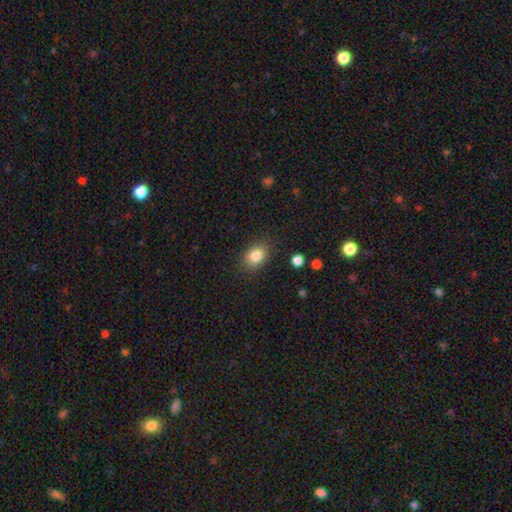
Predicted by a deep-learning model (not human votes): Smooth or featured?
  - smooth: 84% *
  - star or artifact: 9%
  - featured or disk: 7%
How rounded?
  - in between: 74% *
  - round: 25%
  - cigar-shaped: 1%
Merging?
  - none: 85% *
  - minor disturbance: 11%
  - major disturbance: 3%
  - merger: 1%